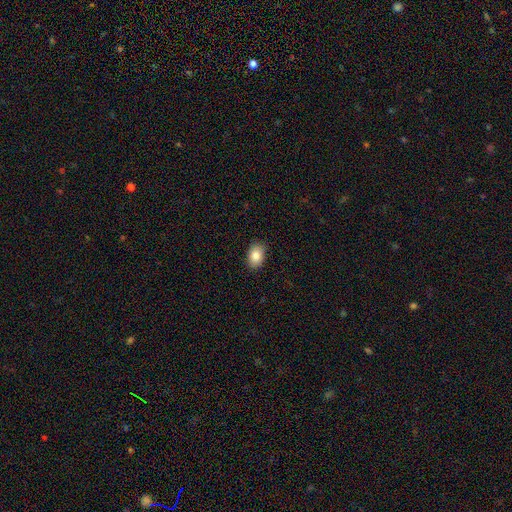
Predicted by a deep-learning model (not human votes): smooth_or_featured: smooth (p=0.85) [alt: star or artifact p=0.08]
how_rounded: in between (p=0.85) [alt: round p=0.14]
merging: none (p=0.88) [alt: minor disturbance p=0.10]